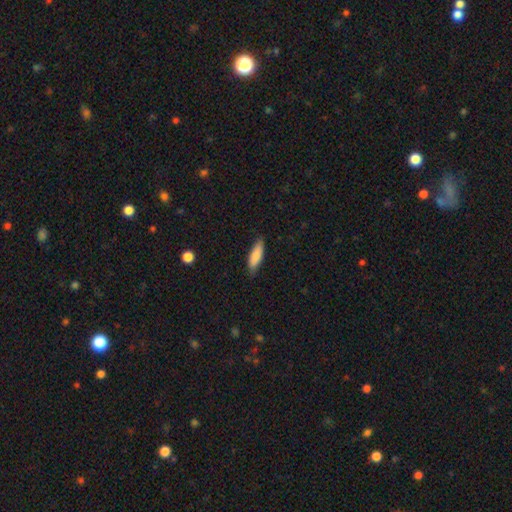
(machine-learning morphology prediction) Smooth or featured?
  - smooth: 85% *
  - featured or disk: 9%
  - star or artifact: 6%
How rounded?
  - in between: 51% *
  - cigar-shaped: 47%
  - round: 2%
Merging?
  - none: 79% *
  - minor disturbance: 17%
  - major disturbance: 3%
  - merger: 1%